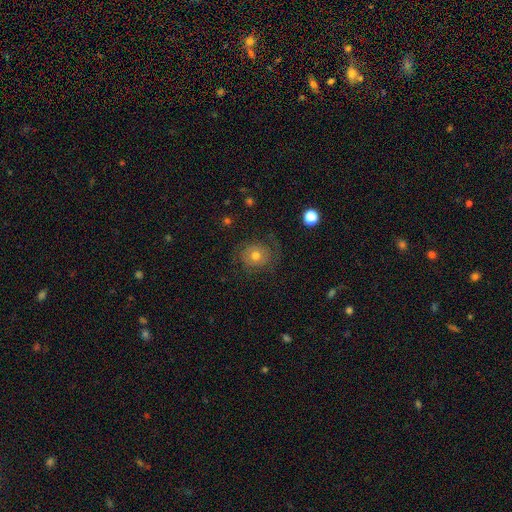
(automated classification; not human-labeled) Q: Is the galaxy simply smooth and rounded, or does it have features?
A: smooth — 57%.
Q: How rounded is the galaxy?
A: round — 81%.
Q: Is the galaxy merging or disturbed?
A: none — 70%.